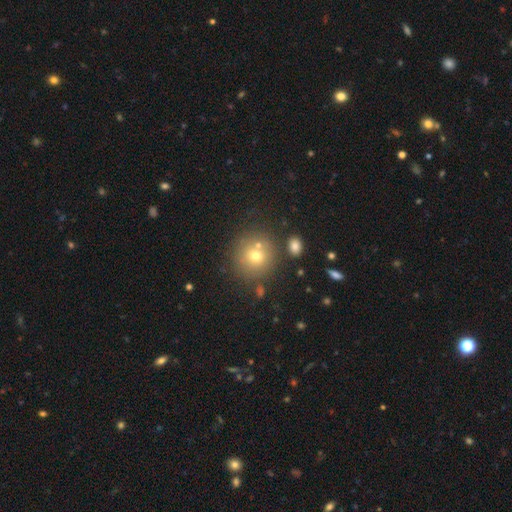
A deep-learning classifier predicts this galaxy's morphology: This is likely a smooth galaxy (69%). How rounded: clearly round (92%). Merging: likely none (71%).